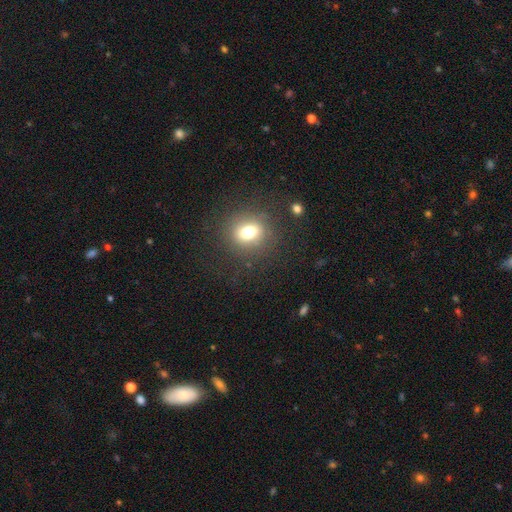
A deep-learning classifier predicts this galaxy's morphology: Smooth or featured? smooth (61%)
How rounded? round (87%)
Merging? none (90%)